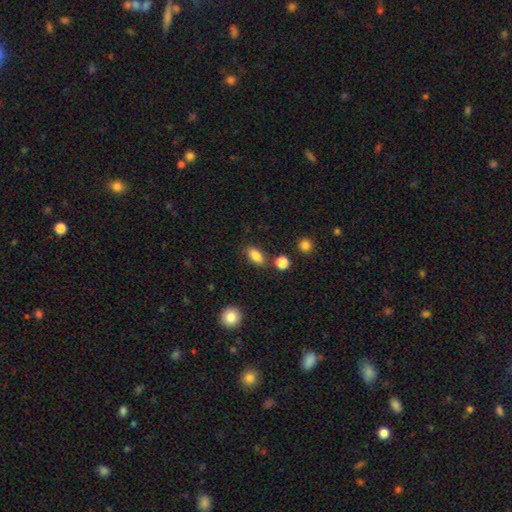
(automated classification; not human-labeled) A smooth galaxy with no disk features (84%) that is in between round and cigar-shaped (86%).

Vote fractions:
- Smooth or featured? smooth: 84% / star or artifact: 9% / featured or disk: 7%
- How rounded? in between: 86% / round: 8% / cigar-shaped: 6%
- Merging? none: 78% / minor disturbance: 13% / merger: 6% / major disturbance: 3%